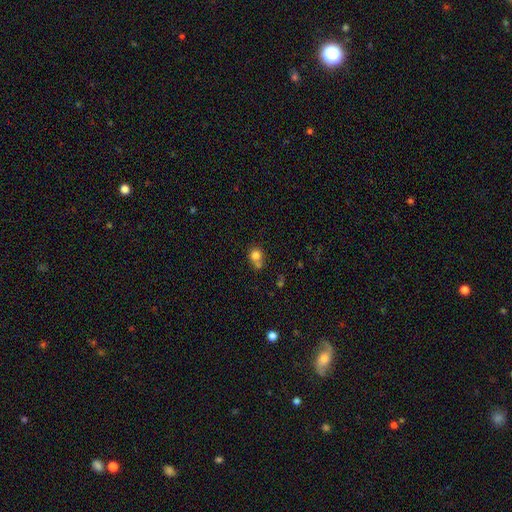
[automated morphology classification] Smooth or featured: smooth — 79% (star or artifact — 12%)
How rounded: round — 80% (in between — 19%)
Merging: none — 44% (merger — 37%)